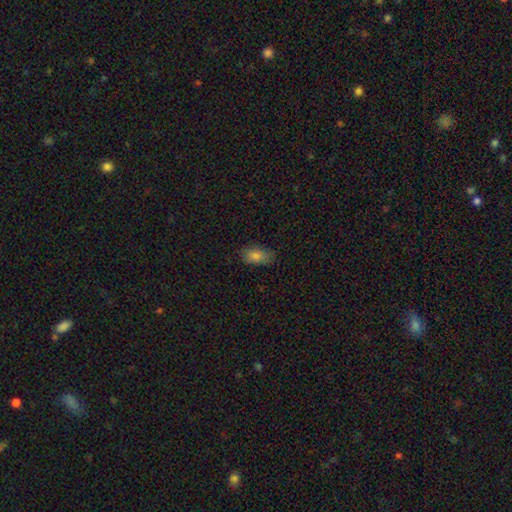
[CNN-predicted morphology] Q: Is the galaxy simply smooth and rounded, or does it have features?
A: smooth — 81%.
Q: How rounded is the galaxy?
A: in between — 88%.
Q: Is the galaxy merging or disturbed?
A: none — 77%.